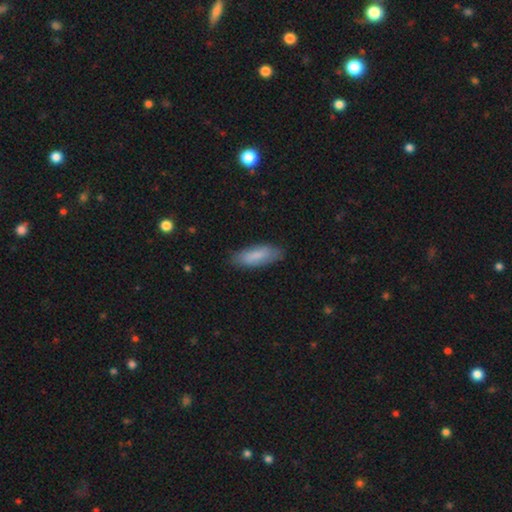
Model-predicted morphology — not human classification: smooth-or-featured: smooth: 80% | featured or disk: 14% | star or artifact: 6%
  how-rounded: in between: 63% | cigar-shaped: 35% | round: 2%
  merging: none: 81% | minor disturbance: 15% | major disturbance: 3% | merger: 1%